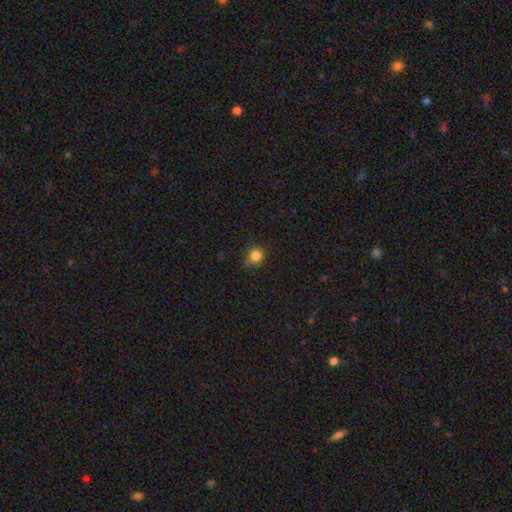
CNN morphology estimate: This appears to be a smooth galaxy with no disk features (84%) that is round (87%). Merging: none (73%).